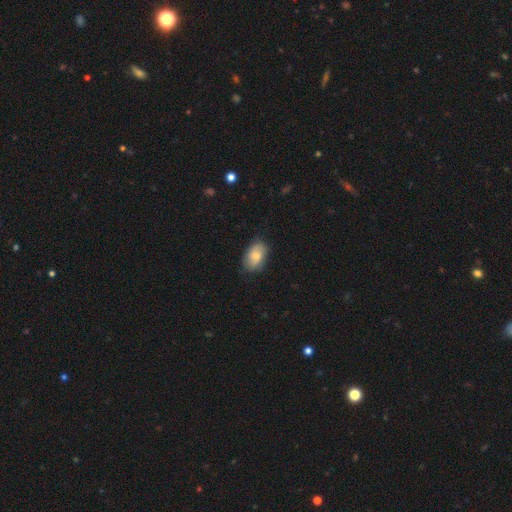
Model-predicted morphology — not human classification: A smooth galaxy with no disk features (74%) that is in between round and cigar-shaped (89%). Merging: none (78%).